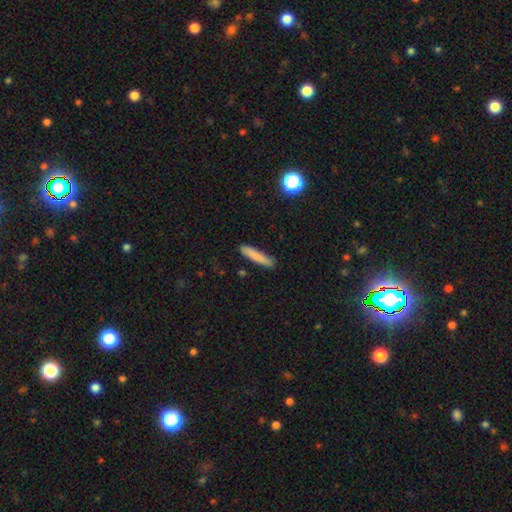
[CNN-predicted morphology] smooth-or-featured: smooth: 82% | featured or disk: 10% | star or artifact: 7%
  how-rounded: cigar-shaped: 92% | in between: 7% | round: 1%
  merging: none: 85% | minor disturbance: 11% | major disturbance: 2% | merger: 2%